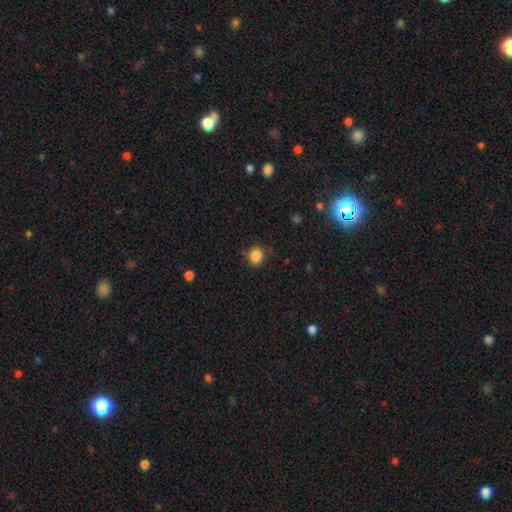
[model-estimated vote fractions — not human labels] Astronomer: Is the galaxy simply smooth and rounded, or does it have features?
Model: smooth — 86%.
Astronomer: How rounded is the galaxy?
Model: round — 82%.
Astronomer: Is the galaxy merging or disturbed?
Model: none — 86%.